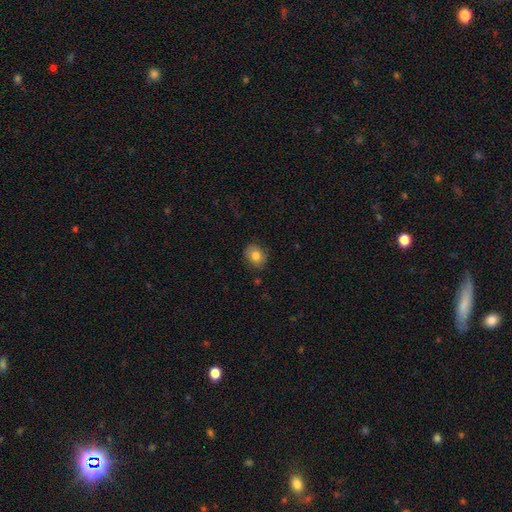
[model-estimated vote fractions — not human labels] This appears to be a smooth galaxy with no disk features (79%) that is round (52%). Merging: none (82%).